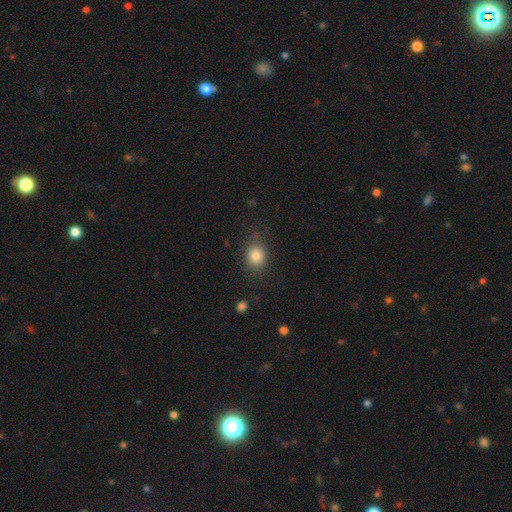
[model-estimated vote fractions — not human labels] A smooth galaxy with no disk features (84%) that is round (64%).

Vote fractions:
- Smooth or featured? smooth: 84% / star or artifact: 10% / featured or disk: 6%
- How rounded? round: 64% / in between: 35% / cigar-shaped: 1%
- Merging? none: 78% / minor disturbance: 15% / major disturbance: 5% / merger: 2%